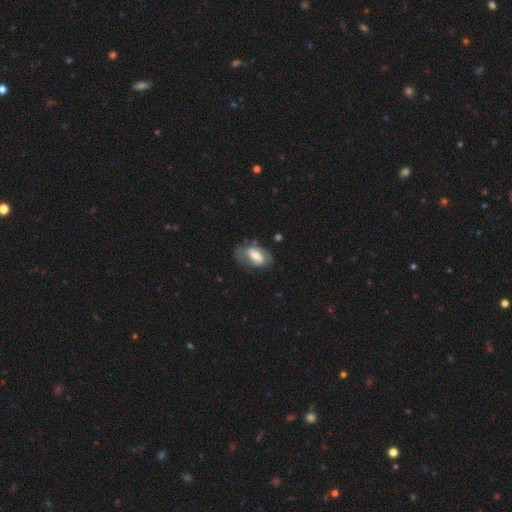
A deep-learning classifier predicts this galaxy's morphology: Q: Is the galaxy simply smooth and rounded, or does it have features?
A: featured or disk — 55%.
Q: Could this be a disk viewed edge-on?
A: no — 92%.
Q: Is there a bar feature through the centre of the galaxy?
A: strong — 35%, tied with weak.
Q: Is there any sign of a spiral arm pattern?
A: yes — 60%.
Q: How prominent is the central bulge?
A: moderate — 55%.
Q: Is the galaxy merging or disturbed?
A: none — 58%.